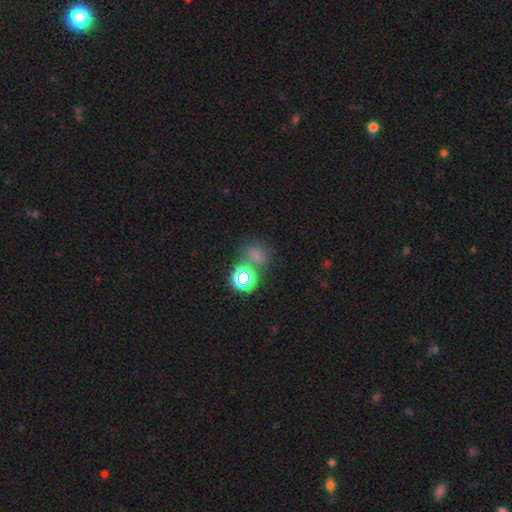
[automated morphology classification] This appears to be a smooth galaxy with no disk features (61%) that is round (74%). Merging: none (60%).